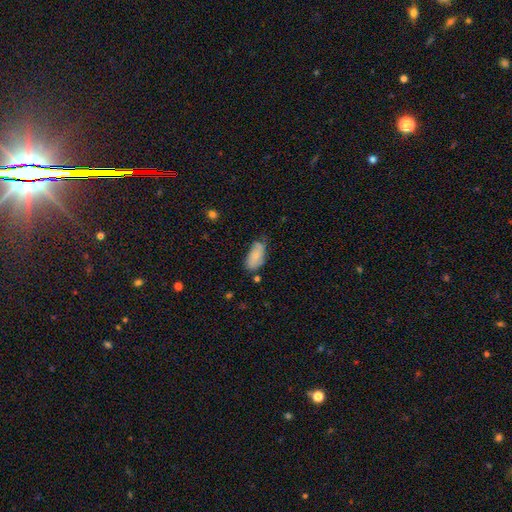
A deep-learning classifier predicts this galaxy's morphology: This appears to be a smooth galaxy with no disk features (75%) that is in between round and cigar-shaped (92%). Merging: none (58%).